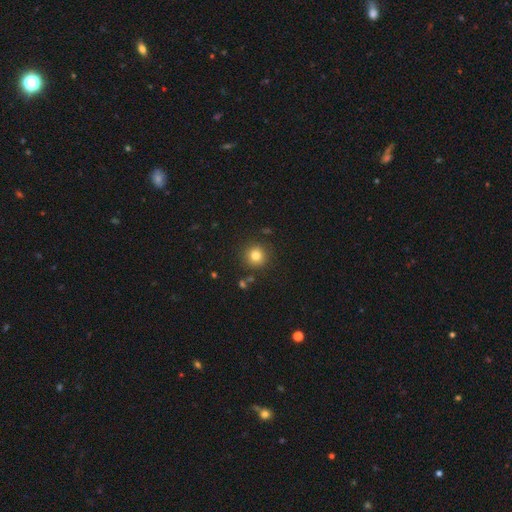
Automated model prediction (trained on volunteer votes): Overall: smooth (80%). How rounded: round (93%). Merging: none (87%).